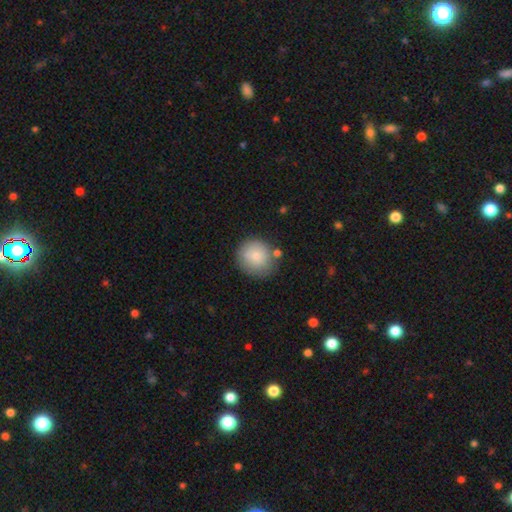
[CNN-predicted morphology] Q: Smooth or featured?
A: smooth (82%); runner-up: featured or disk (10%)
Q: How rounded?
A: round (90%); runner-up: in between (9%)
Q: Merging?
A: none (73%); runner-up: minor disturbance (14%)